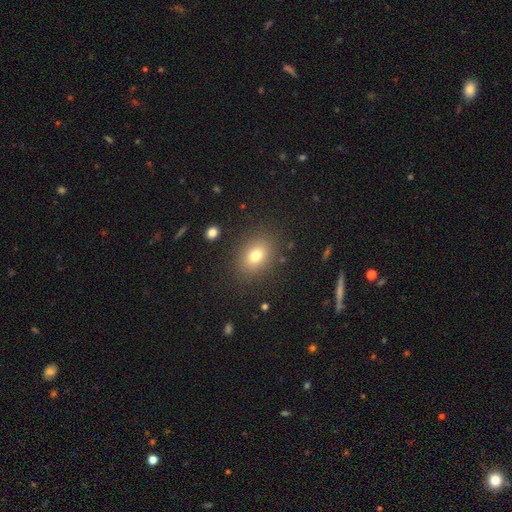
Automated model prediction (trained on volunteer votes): A smooth galaxy with no disk features (76%) that is in between round and cigar-shaped (62%). Merging: none (86%).